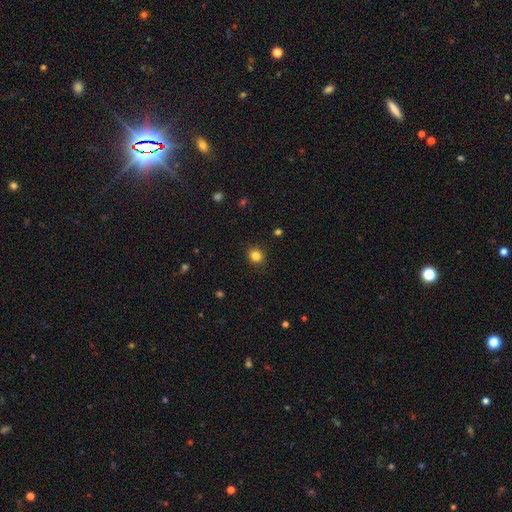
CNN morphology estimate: Smooth or featured? Predicted: smooth (p=0.84). How rounded? Predicted: round (p=0.83). Merging? Predicted: none (p=0.90).